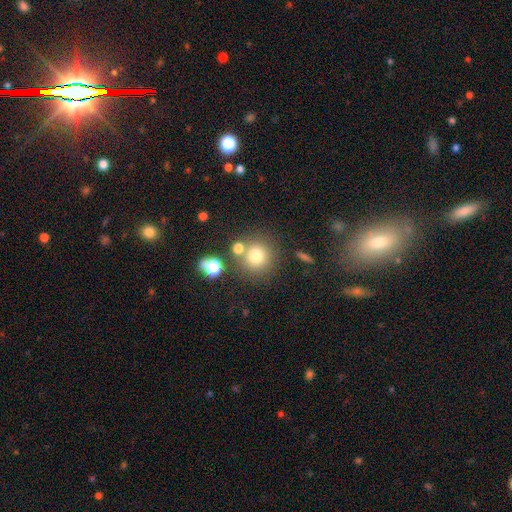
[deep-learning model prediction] Smooth or featured? Predicted: smooth (p=0.75). How rounded? Predicted: round (p=0.92). Merging? Predicted: none (p=0.70).